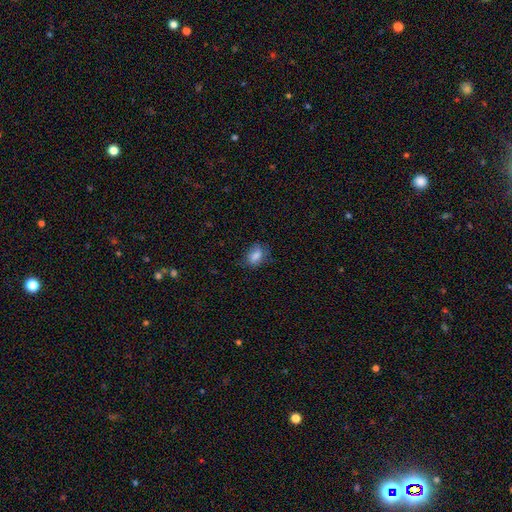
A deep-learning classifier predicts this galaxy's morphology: smooth_or_featured: smooth (p=0.81) [alt: star or artifact p=0.09]
how_rounded: in between (p=0.75) [alt: round p=0.23]
merging: none (p=0.66) [alt: minor disturbance p=0.25]